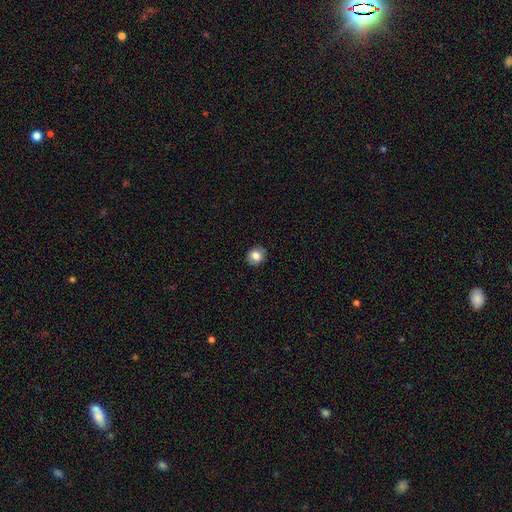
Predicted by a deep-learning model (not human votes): Morphology: type=smooth (80%); roundness=round (74%); merging=none (88%).